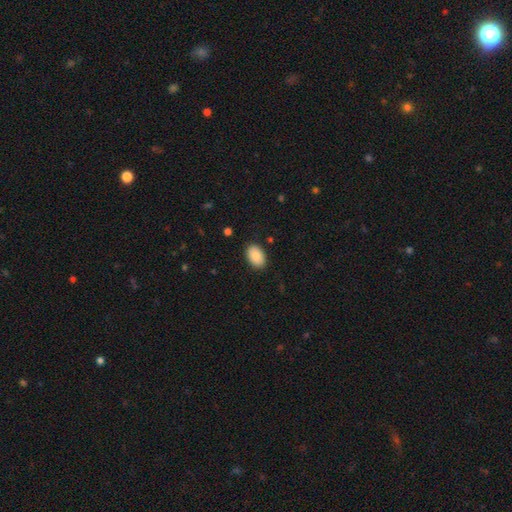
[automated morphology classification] smooth 90%, star or artifact 6%, featured or disk 3%. Down the decision tree: how rounded — in between (90%); merging — none (88%).